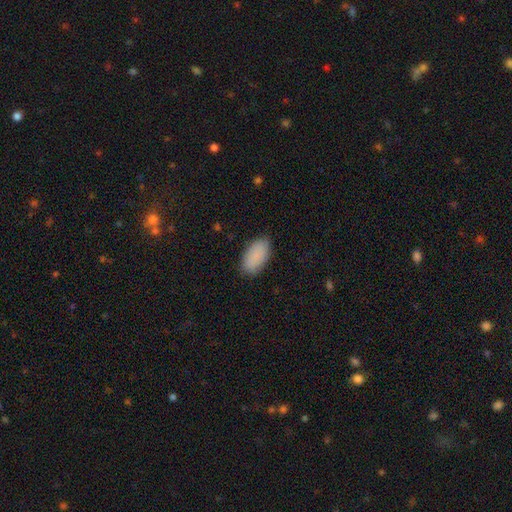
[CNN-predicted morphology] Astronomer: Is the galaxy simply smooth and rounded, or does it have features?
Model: smooth — 90%.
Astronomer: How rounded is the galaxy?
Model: in between — 95%.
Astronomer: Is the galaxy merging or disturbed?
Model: none — 85%.